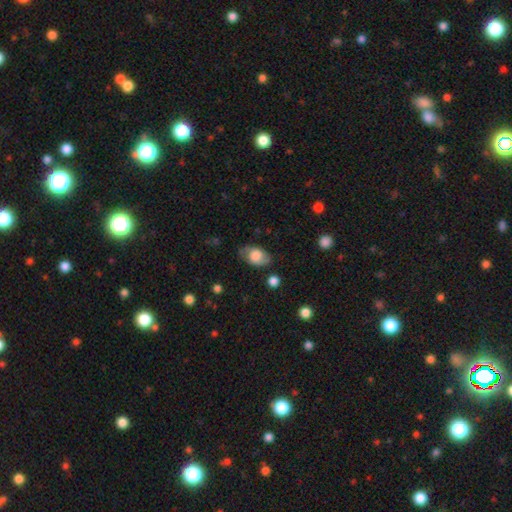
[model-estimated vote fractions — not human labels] Smooth or featured?
  - smooth: 69% *
  - featured or disk: 24%
  - star or artifact: 8%
How rounded?
  - in between: 87% *
  - round: 11%
  - cigar-shaped: 2%
Merging?
  - none: 71% *
  - minor disturbance: 21%
  - major disturbance: 6%
  - merger: 2%